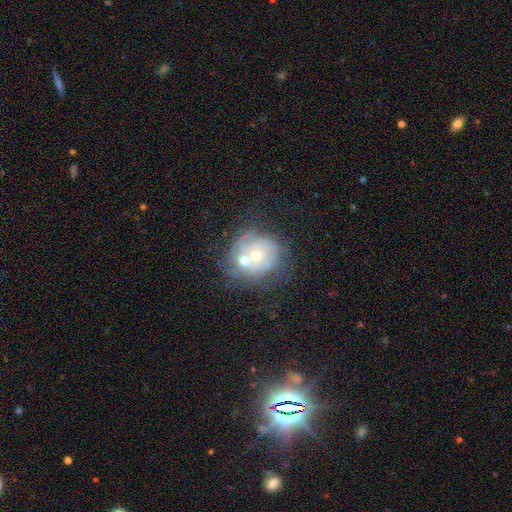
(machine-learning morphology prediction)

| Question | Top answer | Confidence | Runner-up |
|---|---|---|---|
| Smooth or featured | featured or disk | 62% | smooth (26%) |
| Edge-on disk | no | 97% | yes (3%) |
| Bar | no | 86% | weak (11%) |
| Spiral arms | yes | 64% | no (36%) |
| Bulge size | moderate | 50% | small (43%) |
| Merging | none | 45% | merger (27%) |